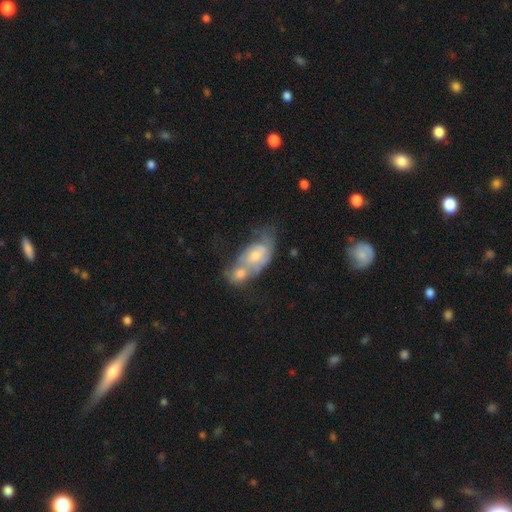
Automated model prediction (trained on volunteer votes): Smooth or featured? Predicted: featured or disk (p=0.48). Merging? Predicted: merger (p=0.67).